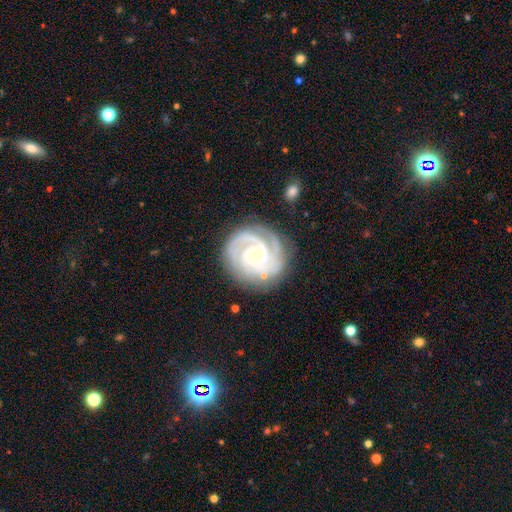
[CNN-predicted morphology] A featured or disk galaxy (90%) with no bar (59%), 2 (36%) tight (76%) spiral arms (98%) and a moderate central bulge (53%). Merging: none (78%).